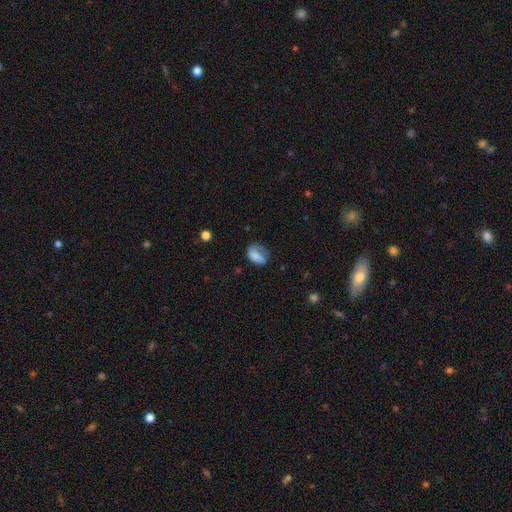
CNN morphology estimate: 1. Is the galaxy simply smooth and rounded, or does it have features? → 71% smooth, 20% featured or disk, 9% star or artifact.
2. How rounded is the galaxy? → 82% in between, 15% round, 2% cigar-shaped.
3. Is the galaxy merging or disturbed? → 37% none, 32% minor disturbance, 28% major disturbance, 3% merger.